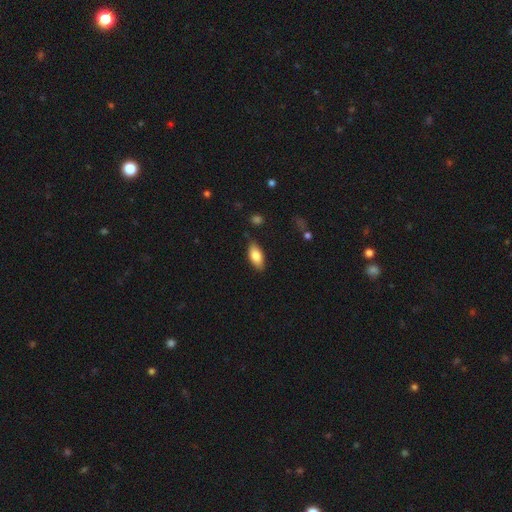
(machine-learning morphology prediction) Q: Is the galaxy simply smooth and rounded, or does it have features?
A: smooth — 79%.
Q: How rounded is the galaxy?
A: in between — 86%.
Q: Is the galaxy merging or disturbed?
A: none — 82%.